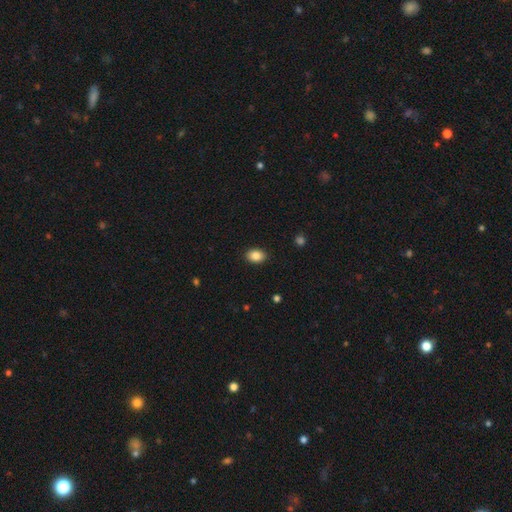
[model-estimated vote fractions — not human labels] The model was most divided on "how rounded": in between: 77%, round: 22%, cigar-shaped: 1%. More confident: merging — none (89%); smooth or featured — smooth (87%).